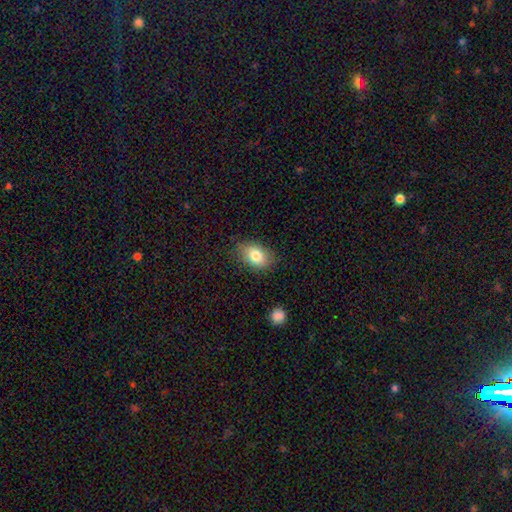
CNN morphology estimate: smooth-or-featured: smooth: 80% | featured or disk: 12% | star or artifact: 8%
  how-rounded: in between: 83% | round: 16% | cigar-shaped: 1%
  merging: none: 80% | minor disturbance: 15% | major disturbance: 3% | merger: 1%